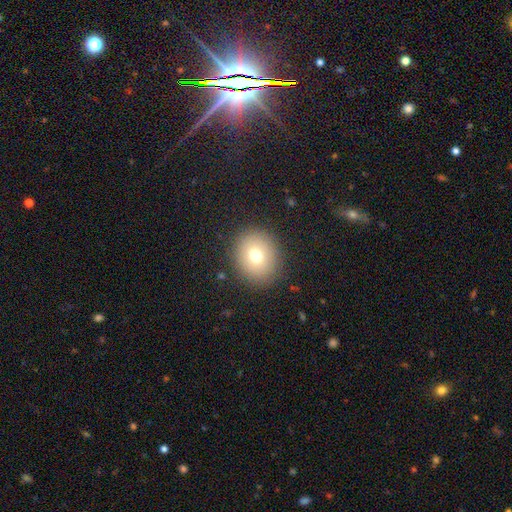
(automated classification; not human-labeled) Morphology: type=smooth (72%); roundness=round (76%); merging=none (88%).